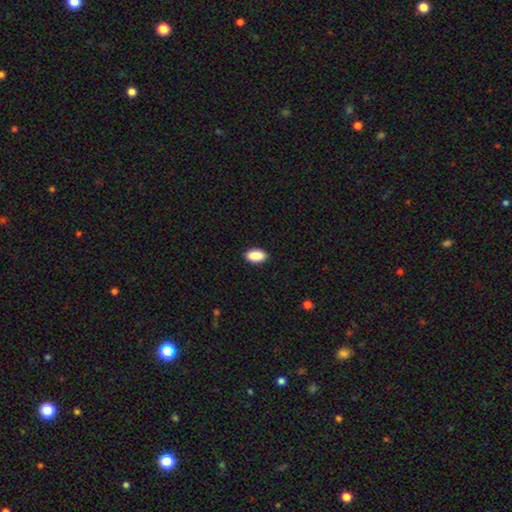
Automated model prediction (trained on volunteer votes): Smooth or featured? smooth (91%)
How rounded? in between (94%)
Merging? none (90%)